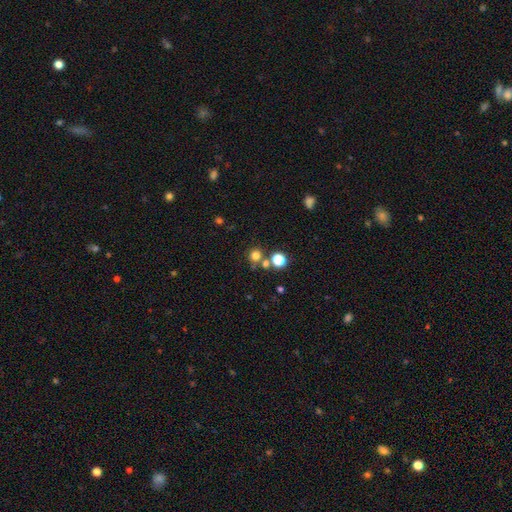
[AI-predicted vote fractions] The model was most divided on "merging": none: 69%, merger: 20%, minor disturbance: 8%, major disturbance: 3%. More confident: how rounded — round (88%); smooth or featured — smooth (75%).